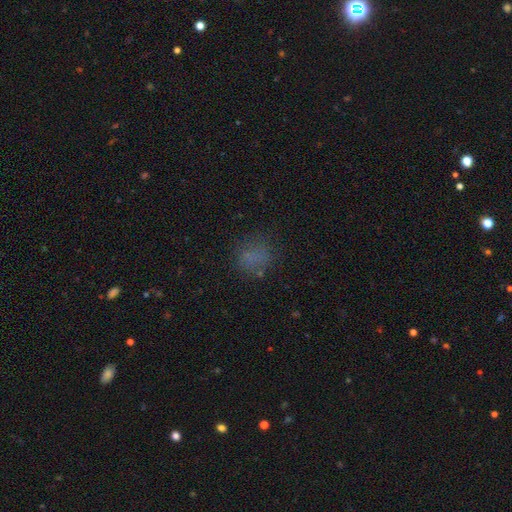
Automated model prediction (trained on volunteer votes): smooth_or_featured: smooth (p=0.67) [alt: star or artifact p=0.23]
how_rounded: round (p=0.71) [alt: in between p=0.27]
merging: none (p=0.76) [alt: minor disturbance p=0.14]